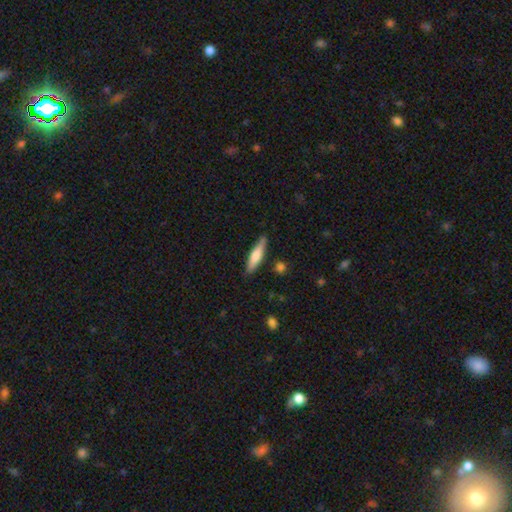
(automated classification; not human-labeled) Smooth or featured? Predicted: smooth (p=0.66). How rounded? Predicted: cigar-shaped (p=0.80). Merging? Predicted: none (p=0.83).